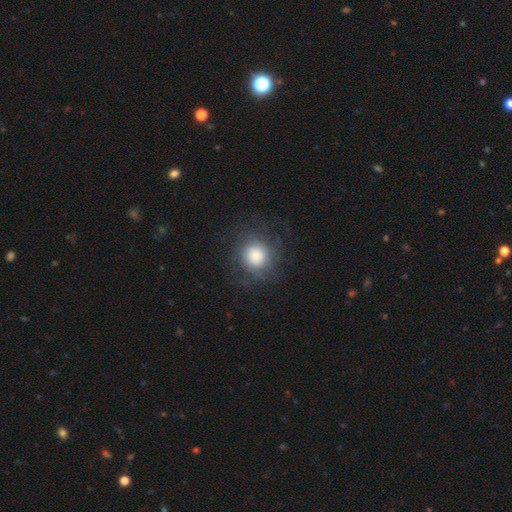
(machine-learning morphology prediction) This is likely a smooth galaxy (62%). How rounded: clearly round (87%). Merging: likely none (72%).